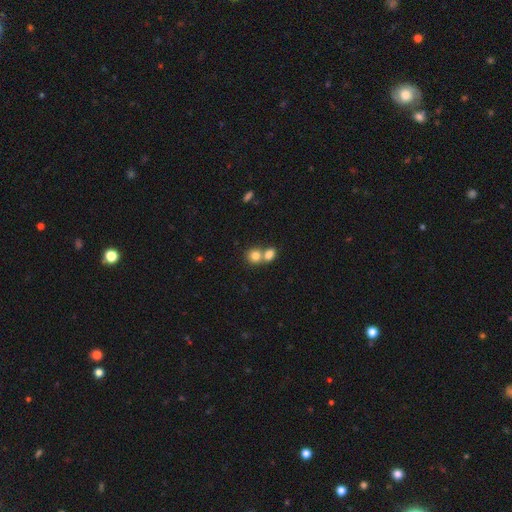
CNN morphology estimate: This is clearly a smooth galaxy (80%). How rounded: likely round (76%). Merging: possibly merger (57%).